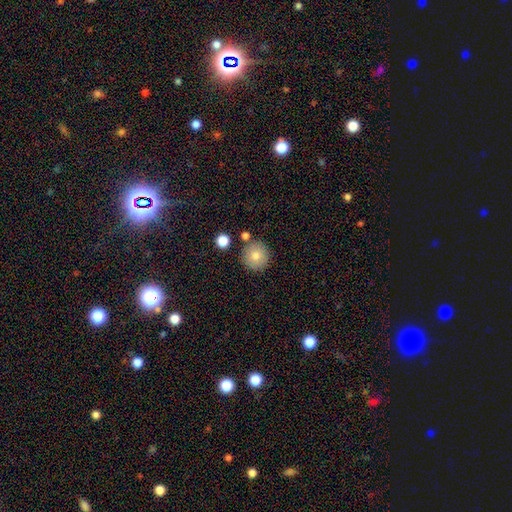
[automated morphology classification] smooth 81%, featured or disk 10%, star or artifact 9%. Down the decision tree: how rounded — round (96%); merging — none (84%).